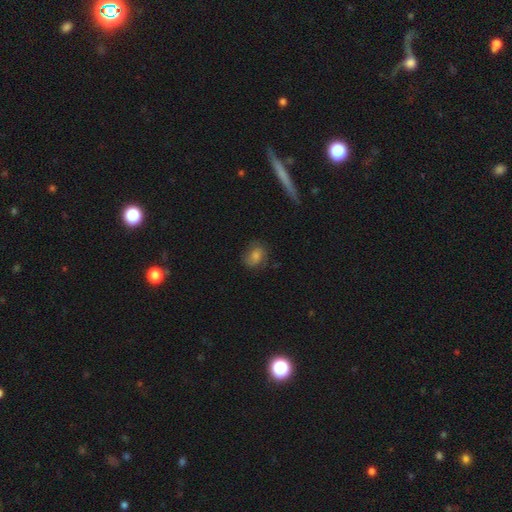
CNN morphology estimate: Overall: smooth (64%; featured or disk 24%). How rounded: in between (56%; round 42%). Merging: none (71%).